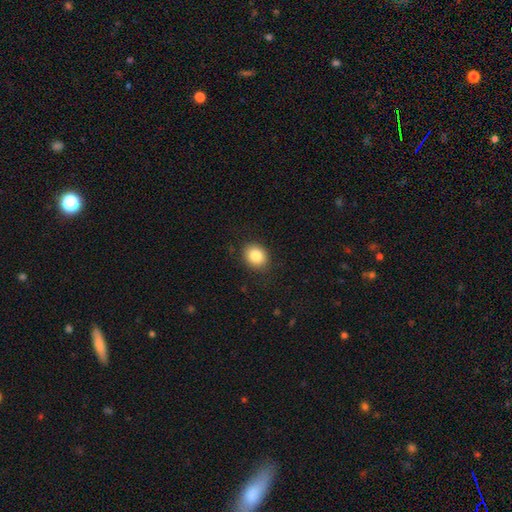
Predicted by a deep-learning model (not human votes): A smooth galaxy with no disk features (85%) that is round (59%). Merging: none (86%).